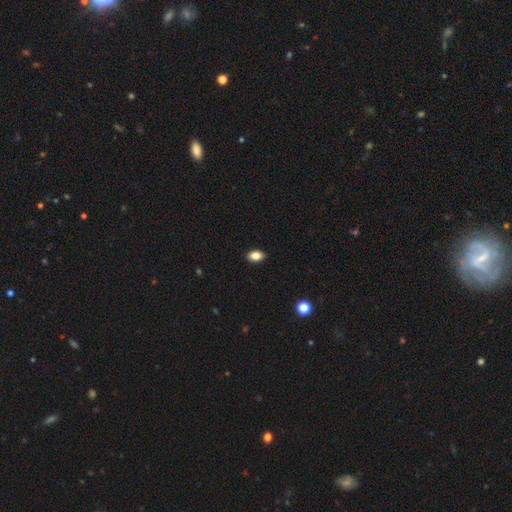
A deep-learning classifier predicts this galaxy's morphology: smooth-or-featured: smooth: 85% | star or artifact: 9% | featured or disk: 6%
  how-rounded: in between: 84% | round: 15% | cigar-shaped: 2%
  merging: none: 89% | minor disturbance: 8% | major disturbance: 2% | merger: 1%